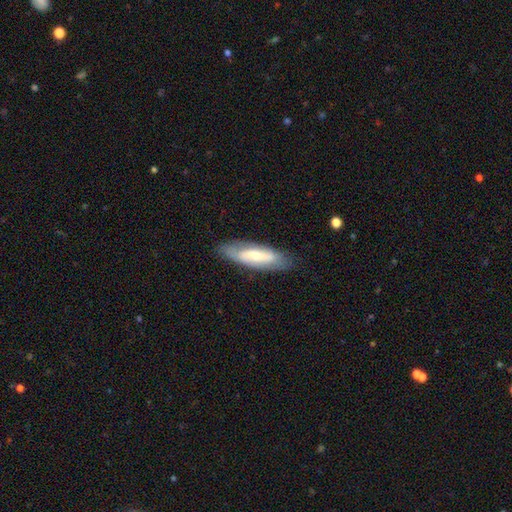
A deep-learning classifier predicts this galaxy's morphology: A featured or disk galaxy (52%).

Vote fractions:
- Smooth or featured? featured or disk: 52% / smooth: 42% / star or artifact: 6%
- Edge-on disk? no: 77% / yes: 23%
- Merging? none: 79% / minor disturbance: 15% / major disturbance: 4% / merger: 1%